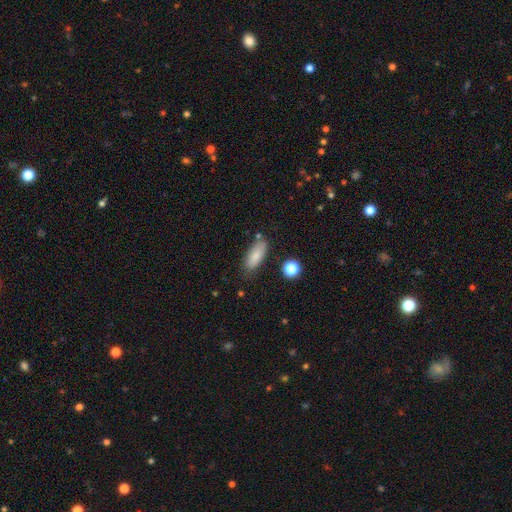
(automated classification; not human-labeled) Smooth or featured? smooth (84%)
How rounded? in between (75%)
Merging? none (76%)